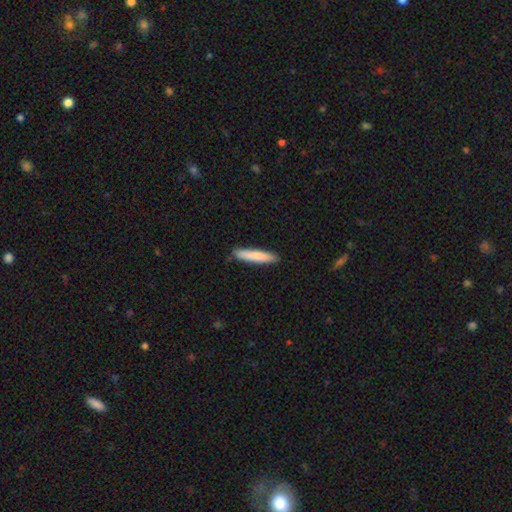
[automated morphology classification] type=smooth (82%); roundness=cigar-shaped (90%); merging=none (89%).